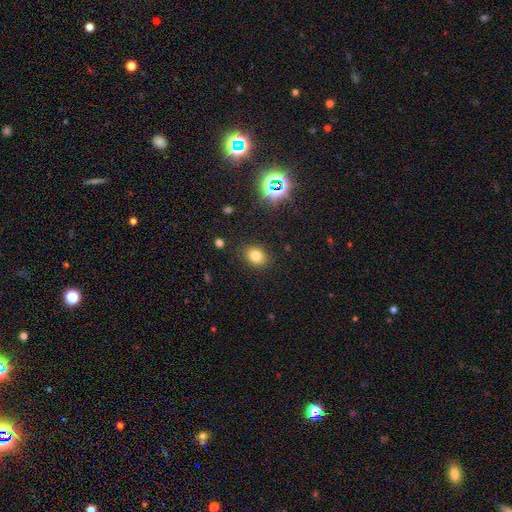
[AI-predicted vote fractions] Smooth or featured? Predicted: smooth (p=0.77). How rounded? Predicted: in between (p=0.52). Merging? Predicted: none (p=0.87).